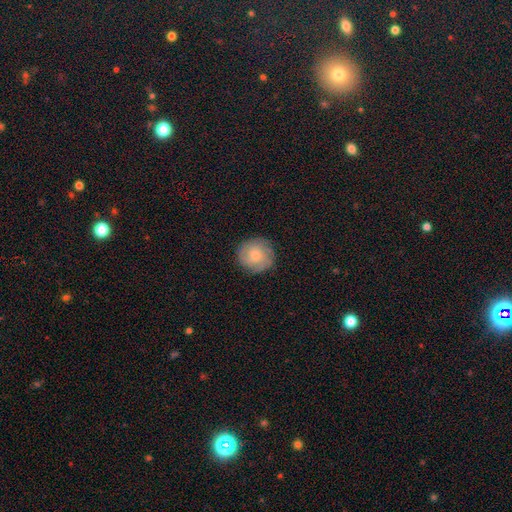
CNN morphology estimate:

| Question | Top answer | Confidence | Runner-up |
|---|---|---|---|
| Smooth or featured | smooth | 56% | featured or disk (37%) |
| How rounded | round | 91% | in between (8%) |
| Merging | none | 85% | minor disturbance (11%) |